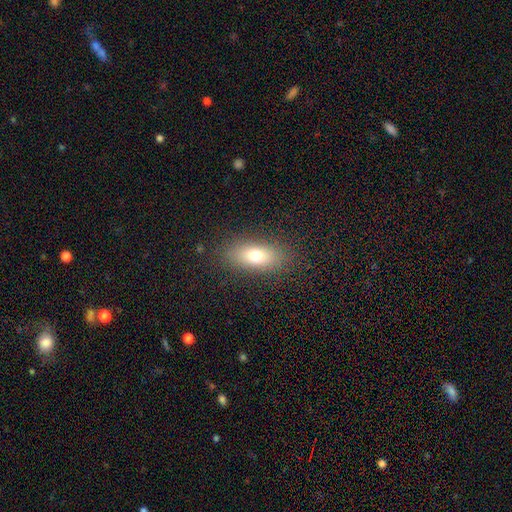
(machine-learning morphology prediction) This appears to be a smooth galaxy with no disk features (75%) that is in between round and cigar-shaped (82%). Merging: none (85%).